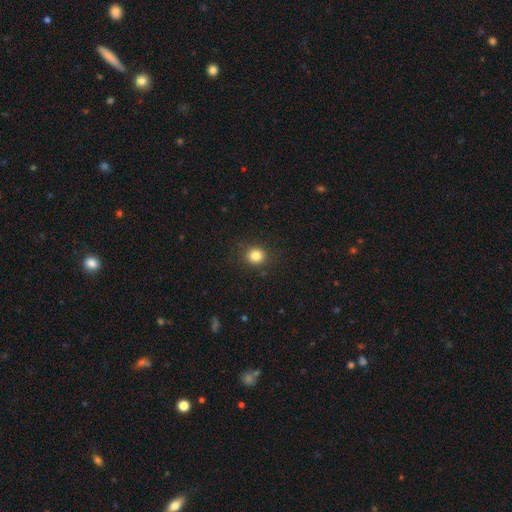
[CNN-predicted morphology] type=smooth (83%); roundness=round (87%); merging=none (88%).